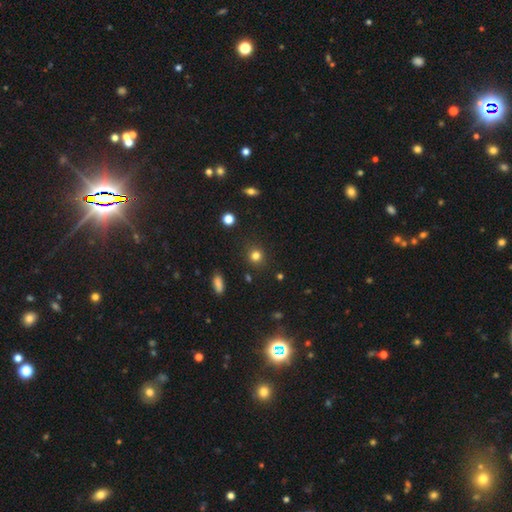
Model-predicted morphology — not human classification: Smooth or featured? smooth (80%)
How rounded? round (88%)
Merging? none (88%)